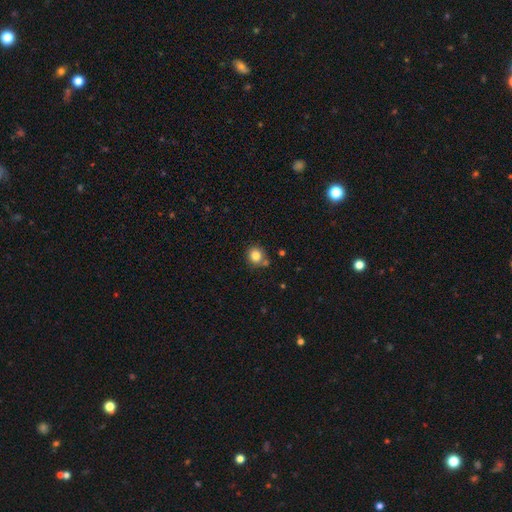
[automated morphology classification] A smooth galaxy with no disk features (82%) that is round (85%).

Vote fractions:
- Smooth or featured? smooth: 82% / star or artifact: 11% / featured or disk: 7%
- How rounded? round: 85% / in between: 14% / cigar-shaped: 1%
- Merging? none: 73% / minor disturbance: 12% / merger: 11% / major disturbance: 3%